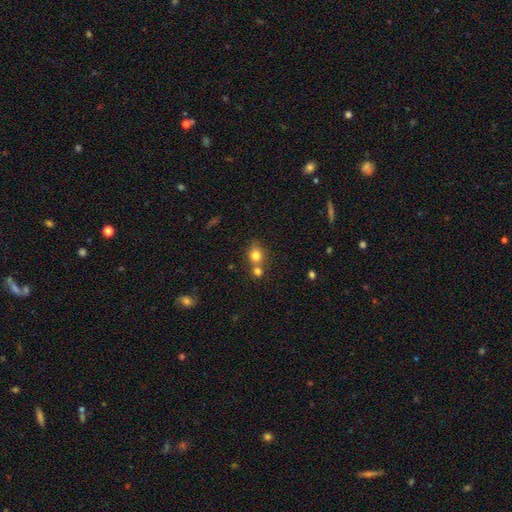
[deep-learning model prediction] Smooth or featured? Predicted: smooth (p=0.79). How rounded? Predicted: round (p=0.75). Merging? Predicted: none (p=0.47).